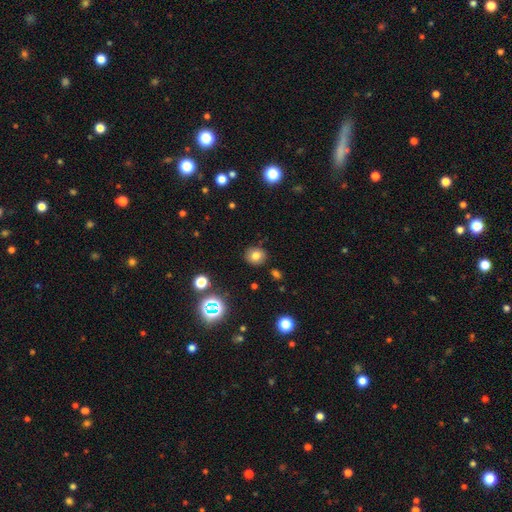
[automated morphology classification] Overall: smooth (76%). How rounded: round (82%). Merging: none (87%).